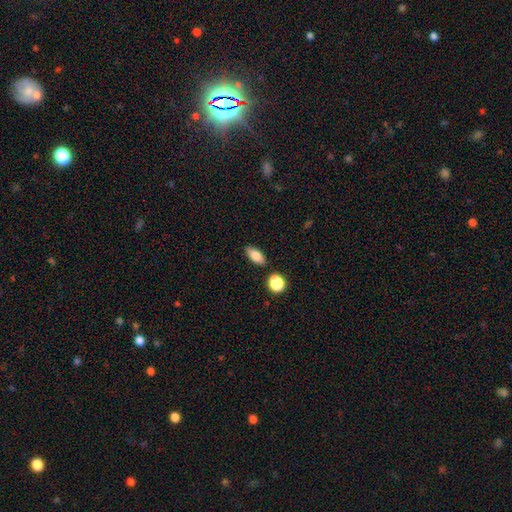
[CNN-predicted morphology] Smooth or featured: smooth — 79% (featured or disk — 13%)
How rounded: in between — 82% (cigar-shaped — 13%)
Merging: none — 82% (minor disturbance — 10%)